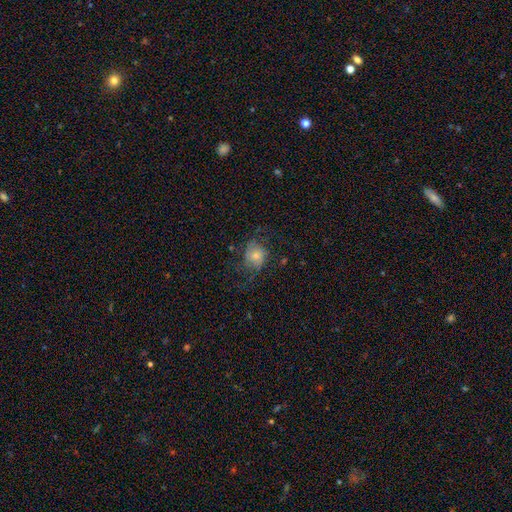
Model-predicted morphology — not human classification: smooth-or-featured: smooth: 48% | featured or disk: 41% | star or artifact: 11%
  merging: none: 51% | major disturbance: 25% | minor disturbance: 22% | merger: 2%